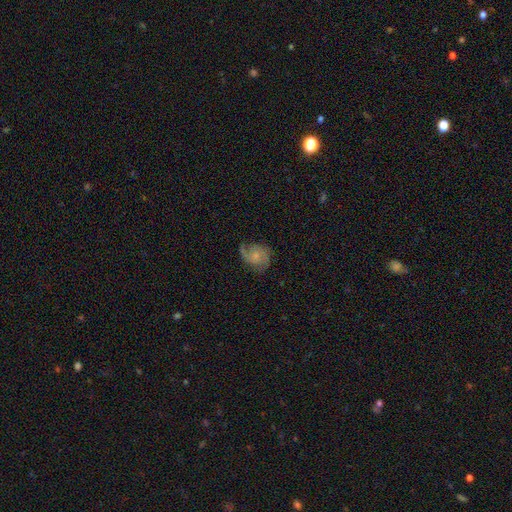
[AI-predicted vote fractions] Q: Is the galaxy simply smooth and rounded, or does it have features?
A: featured or disk — 72%.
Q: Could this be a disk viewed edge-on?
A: no — 98%.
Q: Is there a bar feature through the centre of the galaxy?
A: no — 67%.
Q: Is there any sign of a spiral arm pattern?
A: yes — 94%.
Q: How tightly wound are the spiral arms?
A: medium — 49%.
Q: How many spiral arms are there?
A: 2 — 65%.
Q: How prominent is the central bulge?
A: small — 55%.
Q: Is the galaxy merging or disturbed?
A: none — 65%.